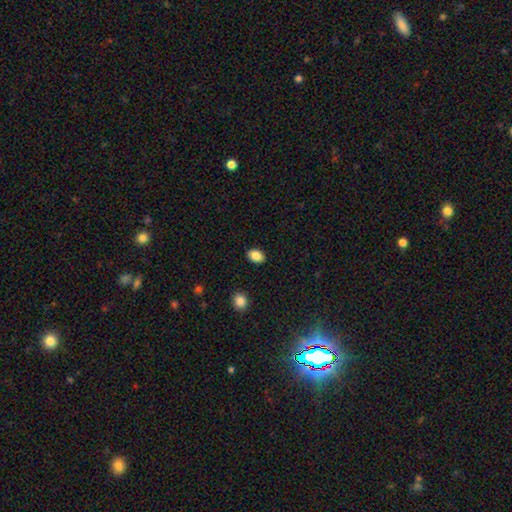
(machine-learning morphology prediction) This is clearly a smooth galaxy (86%). How rounded: likely in between (74%). Merging: clearly none (89%).